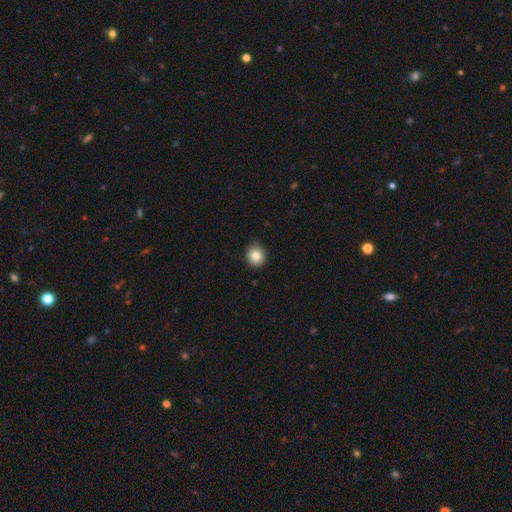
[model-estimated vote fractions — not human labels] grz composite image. It shows a smooth galaxy with no disk features (83%) that is round (87%). Merging: none (89%).